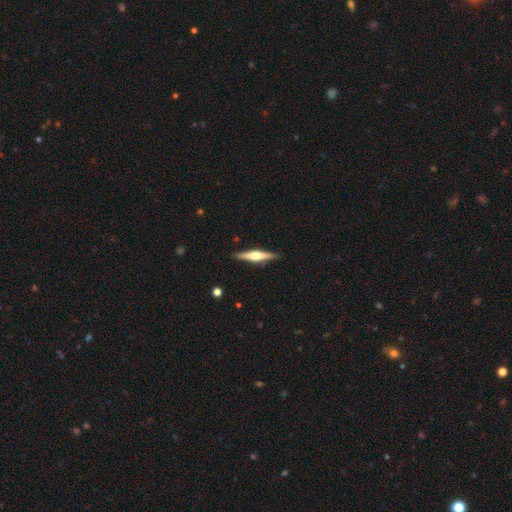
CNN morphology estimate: Smooth or featured: featured or disk — 71% (smooth — 24%)
Edge-on disk: yes — 98% (no — 2%)
Edge-on bulge: rounded — 90% (boxy — 8%)
Merging: none — 89% (minor disturbance — 8%)